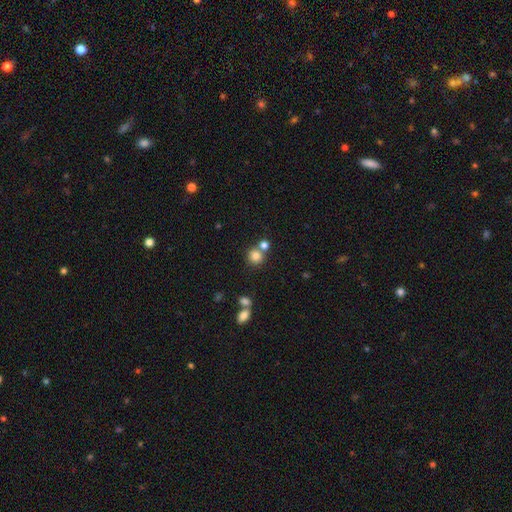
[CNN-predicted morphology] smooth-or-featured: smooth: 80% | star or artifact: 12% | featured or disk: 7%
  how-rounded: round: 88% | in between: 11% | cigar-shaped: 1%
  merging: none: 58% | merger: 30% | minor disturbance: 8% | major disturbance: 3%